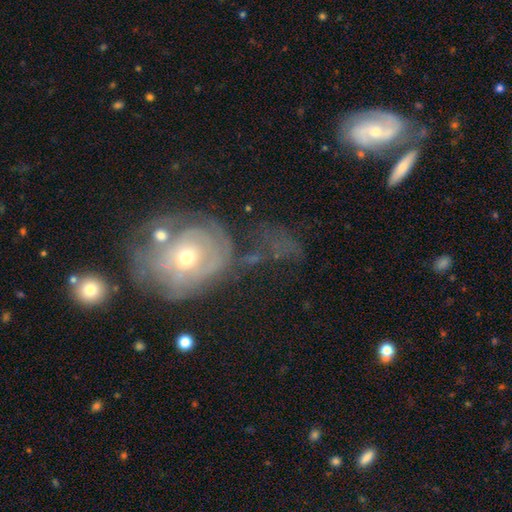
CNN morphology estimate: type=featured or disk (60%); edge-on=no (93%); bar=no (75%); spiral arms=yes (65%); bulge=moderate (53%); merging=none (46%).